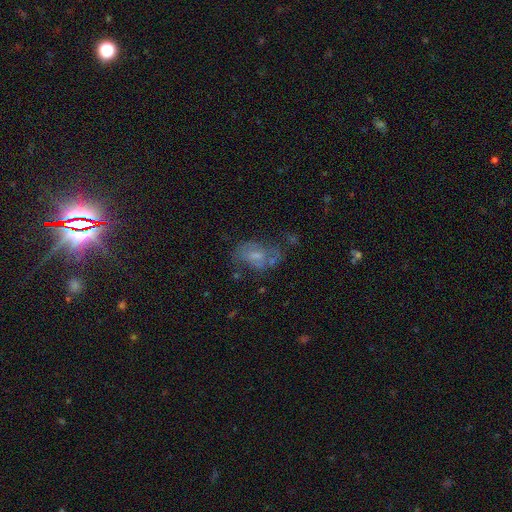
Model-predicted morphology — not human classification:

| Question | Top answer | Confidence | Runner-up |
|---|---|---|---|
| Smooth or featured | featured or disk | 46% | smooth (42%) |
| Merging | none | 43% | minor disturbance (24%) |